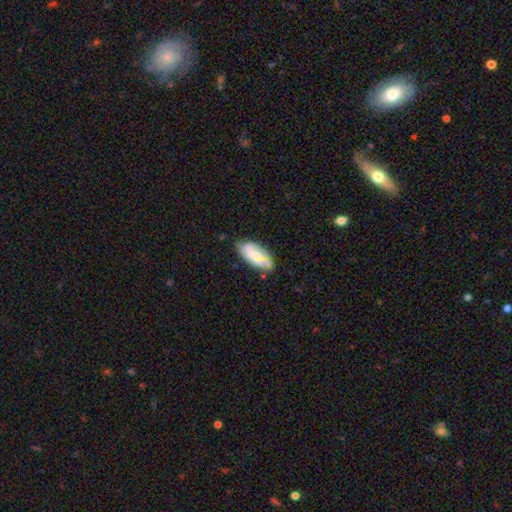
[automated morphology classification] A smooth galaxy with no disk features (47%).

Vote fractions:
- Smooth or featured? smooth: 47% / featured or disk: 46% / star or artifact: 6%
- Merging? none: 63% / minor disturbance: 27% / major disturbance: 6% / merger: 3%